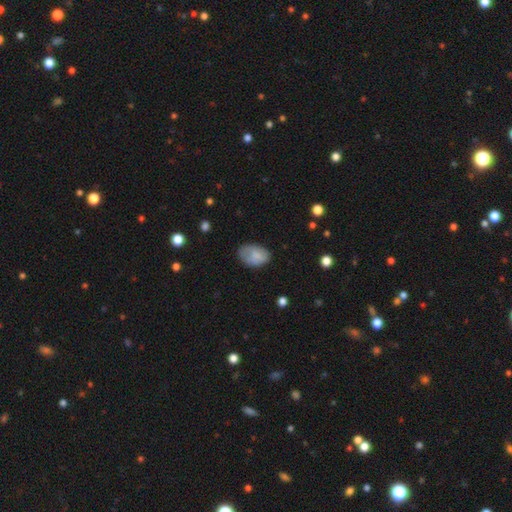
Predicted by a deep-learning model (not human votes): Morphology: type=smooth (80%); roundness=in between (87%); merging=none (66%).